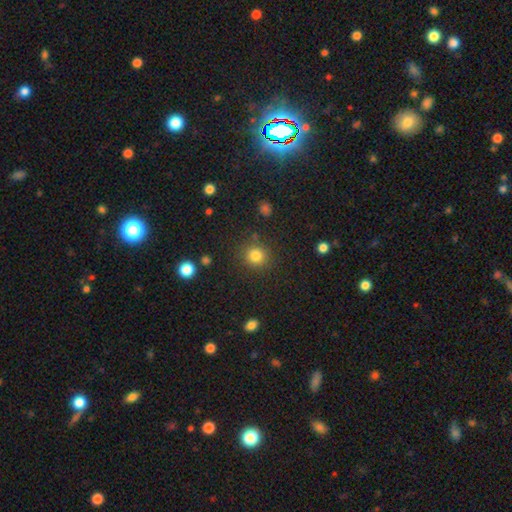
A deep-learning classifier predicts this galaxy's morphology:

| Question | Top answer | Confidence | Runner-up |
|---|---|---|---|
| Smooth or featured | smooth | 81% | star or artifact (13%) |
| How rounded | round | 90% | in between (9%) |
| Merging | none | 86% | minor disturbance (8%) |